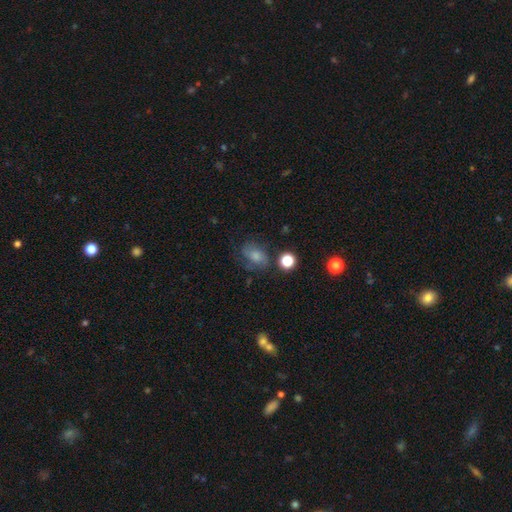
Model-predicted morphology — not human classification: A smooth galaxy with no disk features (57%) that is in between round and cigar-shaped (70%). Merging: none (52%).